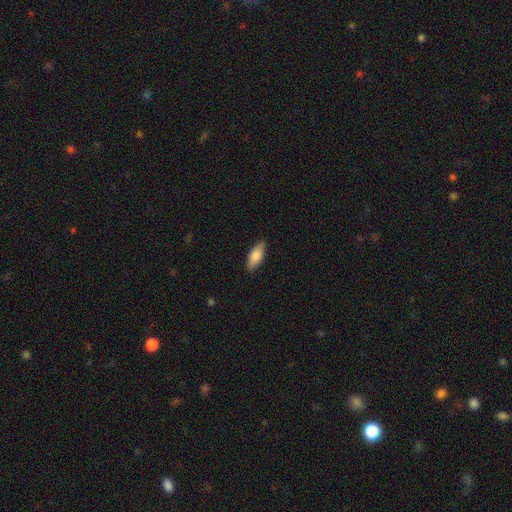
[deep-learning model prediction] Smooth or featured?
  - smooth: 83% *
  - featured or disk: 12%
  - star or artifact: 6%
How rounded?
  - in between: 80% *
  - cigar-shaped: 18%
  - round: 2%
Merging?
  - none: 87% *
  - minor disturbance: 10%
  - major disturbance: 2%
  - merger: 1%